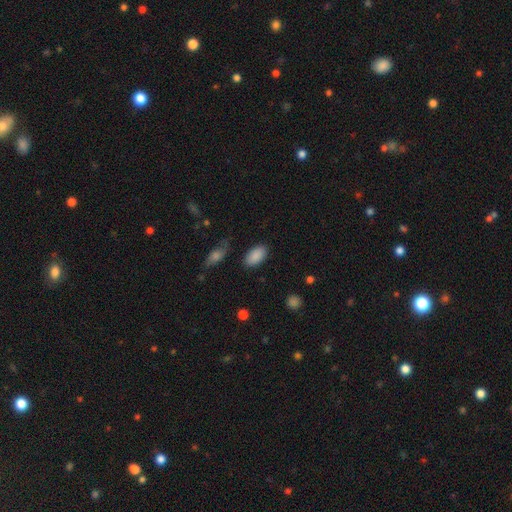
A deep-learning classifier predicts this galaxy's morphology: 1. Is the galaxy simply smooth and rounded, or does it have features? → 89% smooth, 7% star or artifact, 4% featured or disk.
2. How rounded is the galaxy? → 95% in between, 3% round, 2% cigar-shaped.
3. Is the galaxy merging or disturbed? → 84% none, 11% minor disturbance, 3% major disturbance, 2% merger.